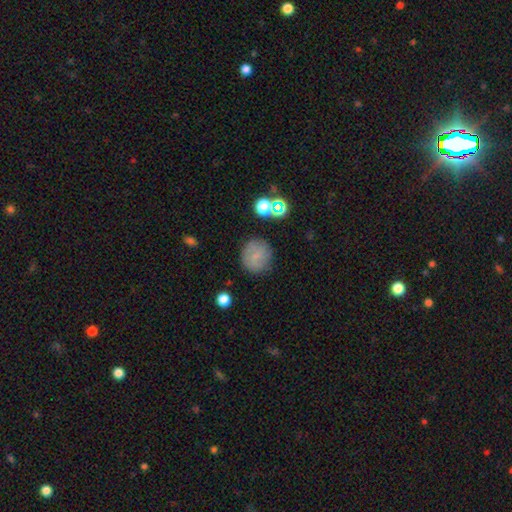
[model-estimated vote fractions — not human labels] This is likely a smooth galaxy (69%). How rounded: clearly round (90%). Merging: clearly none (81%).